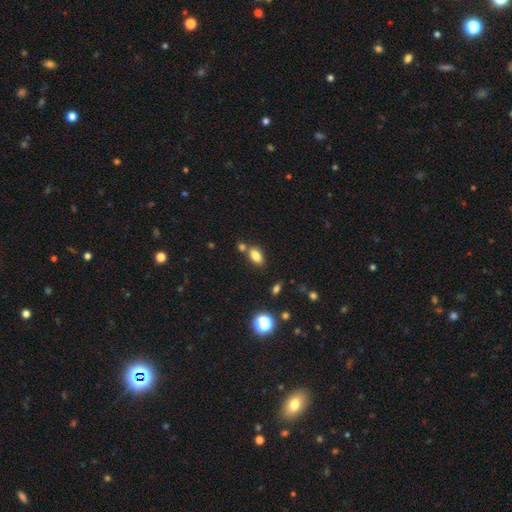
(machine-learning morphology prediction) Smooth or featured?
  - smooth: 81% *
  - star or artifact: 11%
  - featured or disk: 8%
How rounded?
  - in between: 87% *
  - round: 9%
  - cigar-shaped: 4%
Merging?
  - none: 64% *
  - merger: 20%
  - minor disturbance: 12%
  - major disturbance: 3%